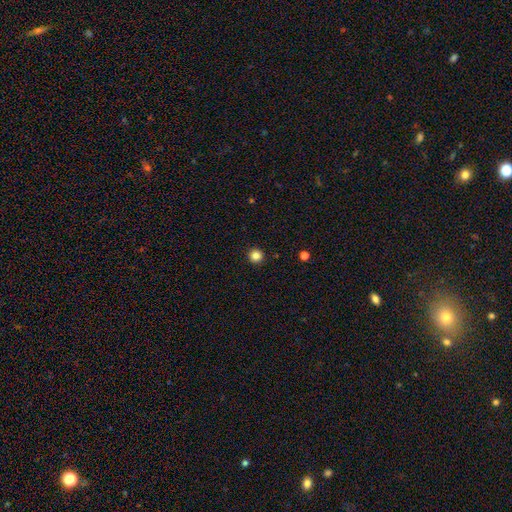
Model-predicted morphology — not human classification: type=smooth (84%); roundness=round (96%); merging=none (94%).